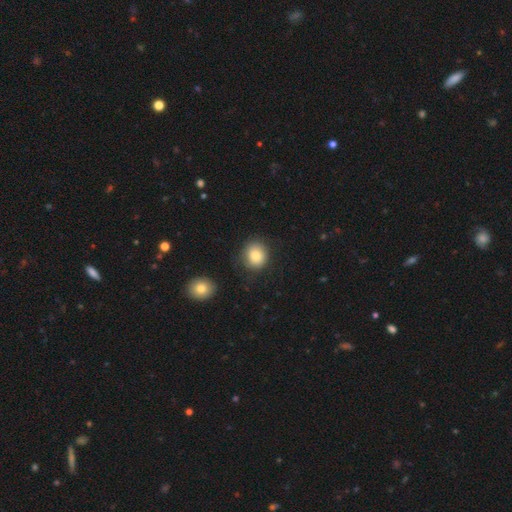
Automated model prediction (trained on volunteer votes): smooth 83%, featured or disk 9%, star or artifact 8%. Down the decision tree: how rounded — round (74%); merging — none (78%).